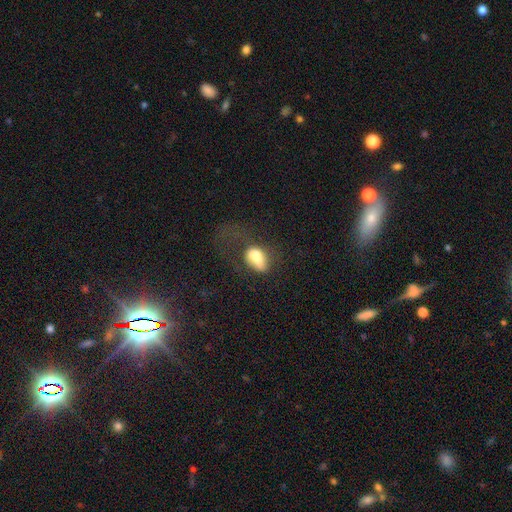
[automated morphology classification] This is likely a smooth galaxy (69%). How rounded: clearly in between (84%). Merging: possibly major disturbance (51%).